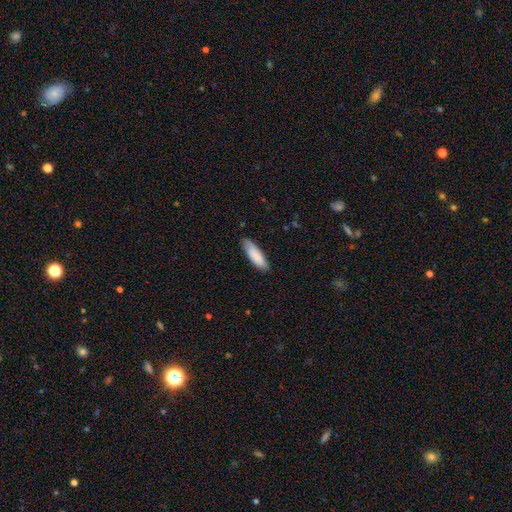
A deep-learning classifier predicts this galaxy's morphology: smooth-or-featured: smooth: 87% | featured or disk: 8% | star or artifact: 6%
  how-rounded: cigar-shaped: 54% | in between: 45% | round: 1%
  merging: none: 81% | minor disturbance: 16% | major disturbance: 2% | merger: 1%